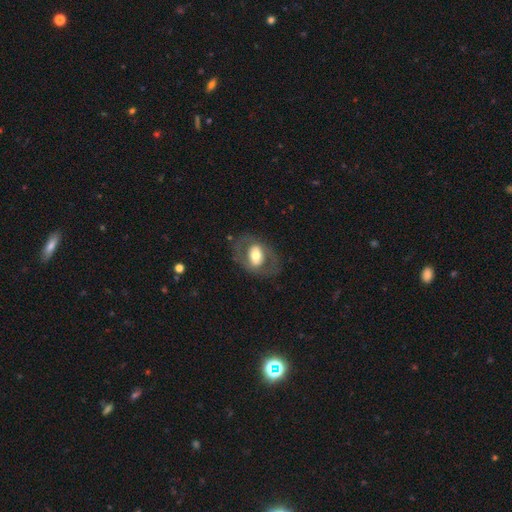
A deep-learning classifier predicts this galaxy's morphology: Smooth or featured: featured or disk — 53% (smooth — 41%)
Edge-on disk: no — 93% (yes — 7%)
Merging: none — 73% (minor disturbance — 14%)